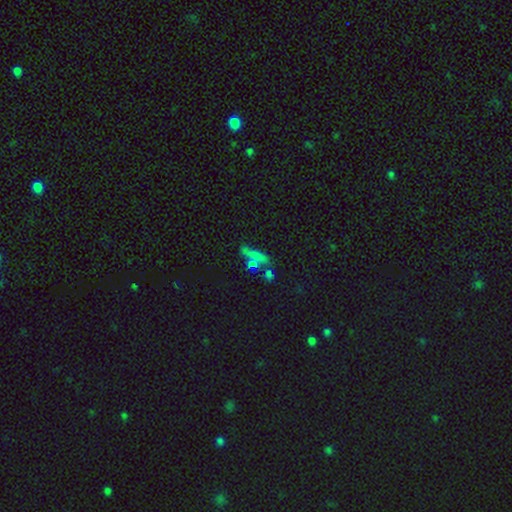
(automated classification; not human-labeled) Morphology: type=smooth (54%); roundness=cigar-shaped (60%); merging=none (52%).